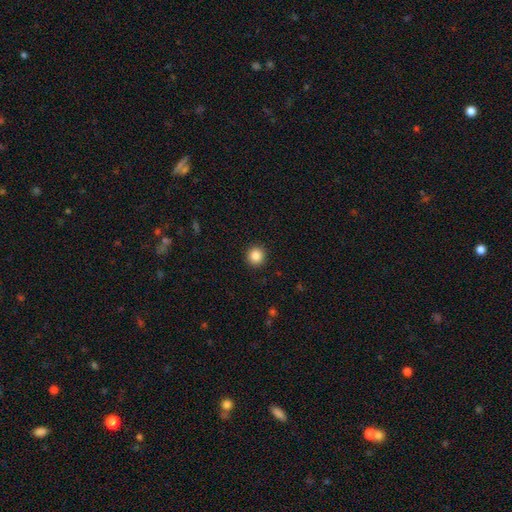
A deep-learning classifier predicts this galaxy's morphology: A smooth galaxy with no disk features (86%) that is round (93%).

Vote fractions:
- Smooth or featured? smooth: 86% / star or artifact: 10% / featured or disk: 4%
- How rounded? round: 93% / in between: 6% / cigar-shaped: 1%
- Merging? none: 93% / minor disturbance: 5% / major disturbance: 2% / merger: 1%